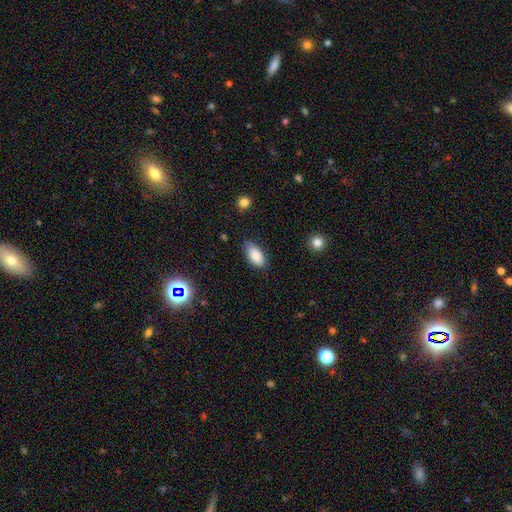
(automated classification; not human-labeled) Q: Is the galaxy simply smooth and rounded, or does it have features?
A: smooth — 87%.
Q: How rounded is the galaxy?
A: in between — 92%.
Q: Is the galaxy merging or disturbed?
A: none — 80%.